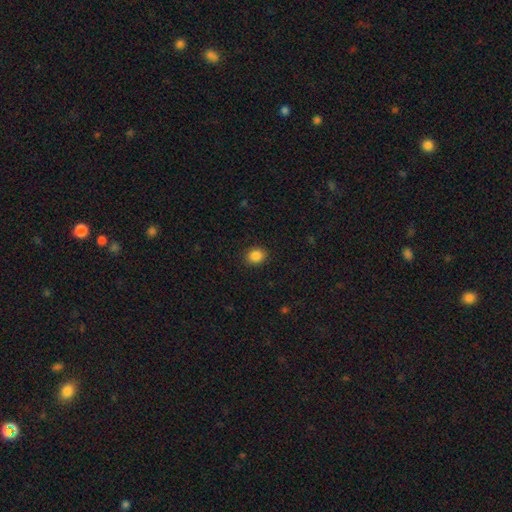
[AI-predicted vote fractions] This is clearly a smooth galaxy (86%). How rounded: possibly round (60%). Merging: clearly none (89%).